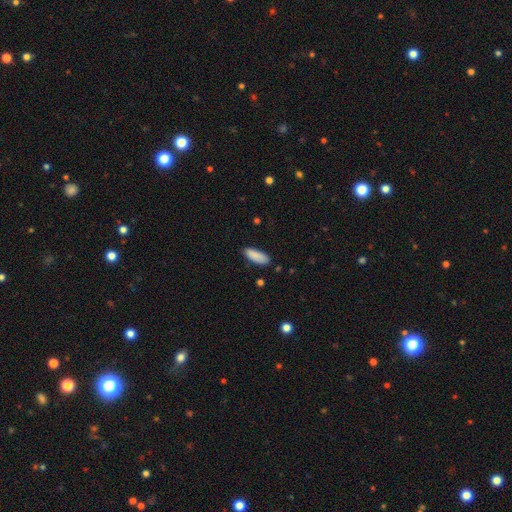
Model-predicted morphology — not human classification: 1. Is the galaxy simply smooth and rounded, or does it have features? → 89% smooth, 6% star or artifact, 5% featured or disk.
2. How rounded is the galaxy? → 68% in between, 30% cigar-shaped, 2% round.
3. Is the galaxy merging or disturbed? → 81% none, 15% minor disturbance, 3% major disturbance, 1% merger.